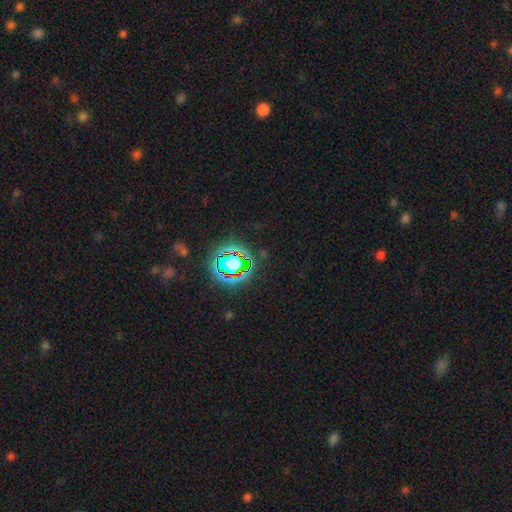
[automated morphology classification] The model was most divided on "smooth or featured": star or artifact: 79%, smooth: 13%, featured or disk: 8%.